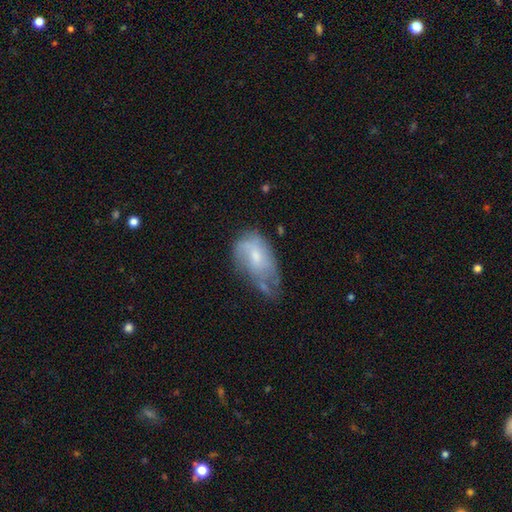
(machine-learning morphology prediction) type=featured or disk (46%, tied with smooth); merging=minor disturbance (38%).